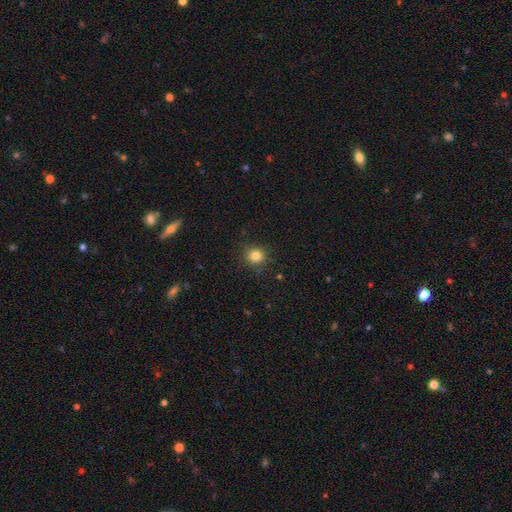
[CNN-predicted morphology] Smooth or featured?
  - smooth: 82% *
  - star or artifact: 12%
  - featured or disk: 5%
How rounded?
  - round: 91% *
  - in between: 8%
  - cigar-shaped: 1%
Merging?
  - none: 89% *
  - minor disturbance: 8%
  - major disturbance: 2%
  - merger: 1%